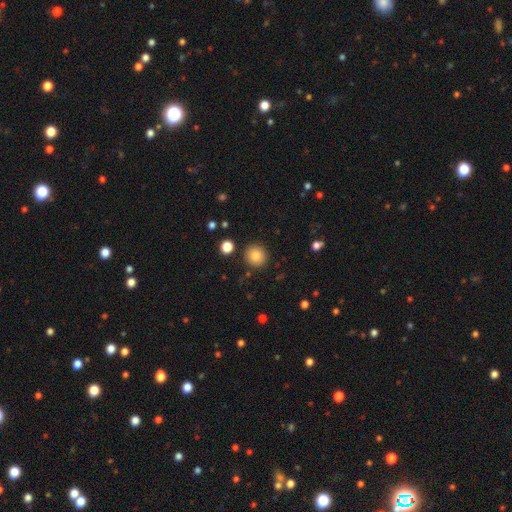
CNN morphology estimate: Overall: smooth (85%). How rounded: round (92%). Merging: none (89%).